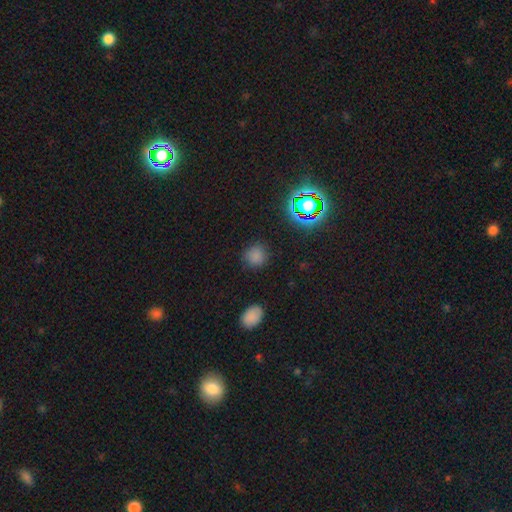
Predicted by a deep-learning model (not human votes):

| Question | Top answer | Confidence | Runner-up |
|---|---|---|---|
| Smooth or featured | smooth | 75% | star or artifact (20%) |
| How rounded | round | 88% | in between (10%) |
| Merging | none | 85% | minor disturbance (10%) |